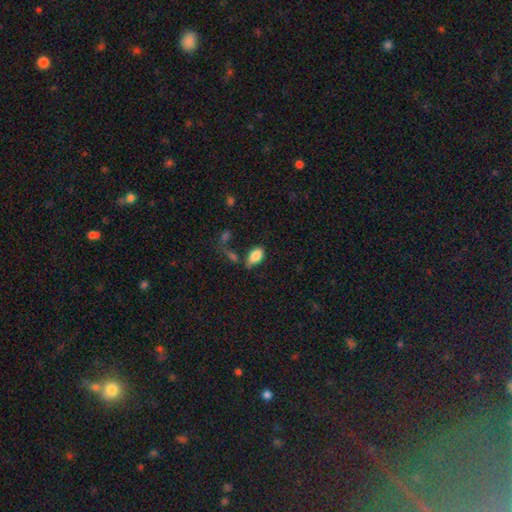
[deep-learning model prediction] Smooth or featured? Predicted: smooth (p=0.83). How rounded? Predicted: in between (p=0.91). Merging? Predicted: none (p=0.55).